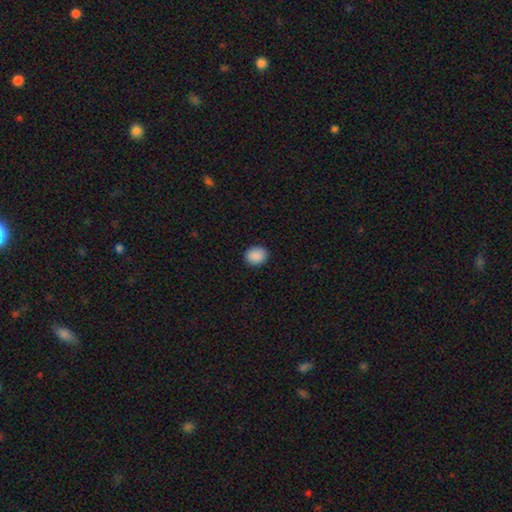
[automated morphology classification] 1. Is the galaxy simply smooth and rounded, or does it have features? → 90% smooth, 8% star or artifact, 2% featured or disk.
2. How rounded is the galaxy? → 60% round, 39% in between, 1% cigar-shaped.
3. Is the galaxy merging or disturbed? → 90% none, 7% minor disturbance, 2% major disturbance, 1% merger.